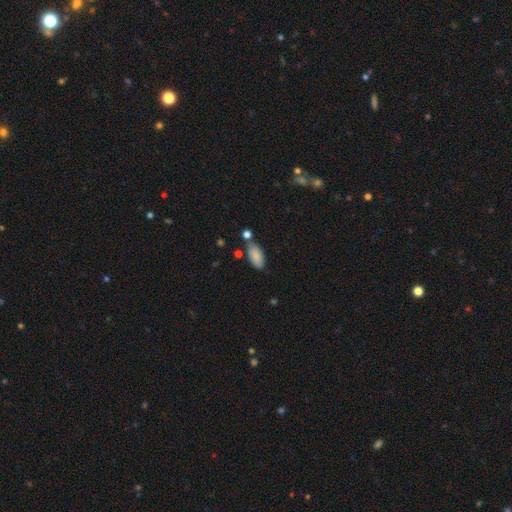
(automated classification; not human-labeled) smooth-or-featured: smooth: 85% | featured or disk: 8% | star or artifact: 7%
  how-rounded: in between: 90% | cigar-shaped: 7% | round: 2%
  merging: none: 68% | minor disturbance: 17% | merger: 11% | major disturbance: 4%